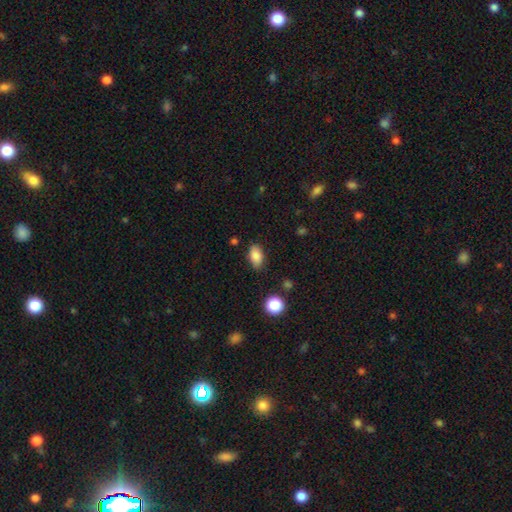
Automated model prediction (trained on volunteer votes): Morphology: type=smooth (86%); roundness=in between (89%); merging=none (81%).